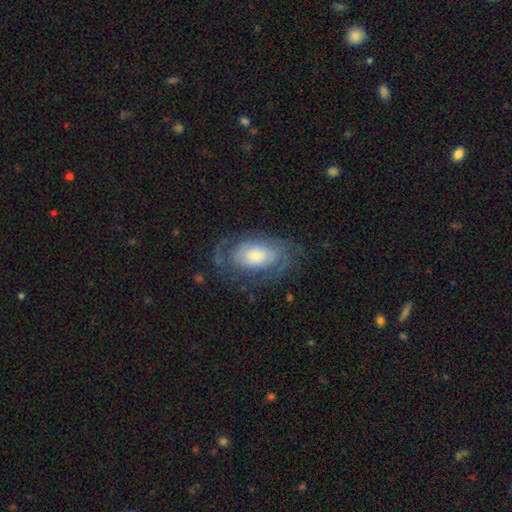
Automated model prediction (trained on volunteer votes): Smooth or featured? featured or disk (67%)
Edge-on disk? no (94%)
Bar? no (74%)
Spiral arms? yes (83%)
Spiral winding? tight (50%)
Spiral arm count? 2 (39%, tied with can't tell)
Bulge size? moderate (42%)
Merging? none (65%)